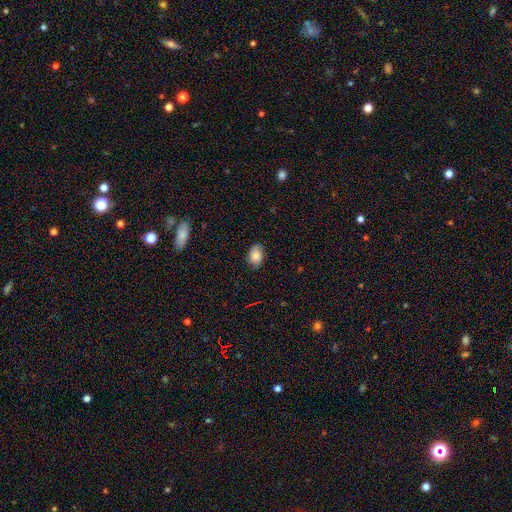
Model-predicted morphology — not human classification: Smooth or featured? smooth (78%)
How rounded? in between (83%)
Merging? none (78%)